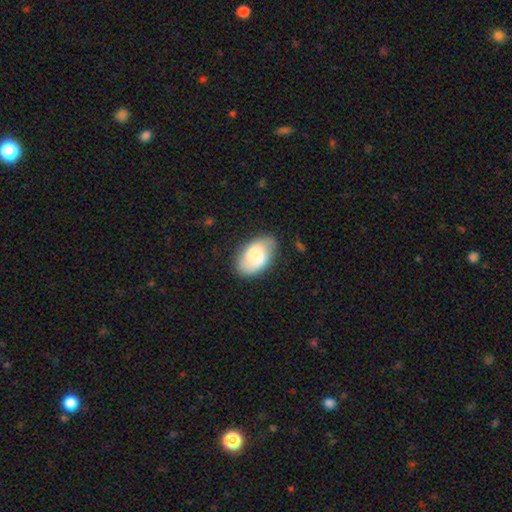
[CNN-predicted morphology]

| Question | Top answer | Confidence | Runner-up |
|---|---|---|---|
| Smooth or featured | smooth | 55% | featured or disk (38%) |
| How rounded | in between | 92% | round (7%) |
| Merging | none | 71% | minor disturbance (20%) |